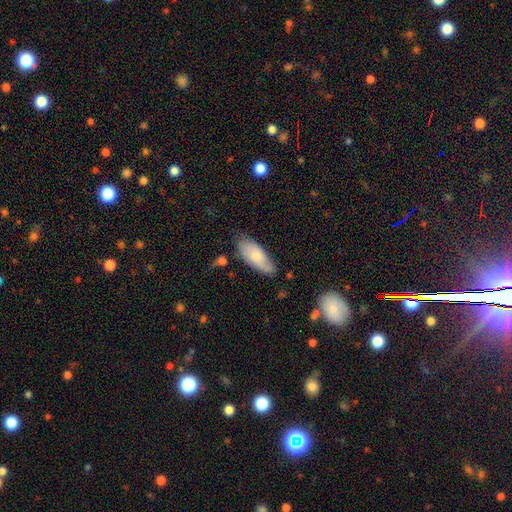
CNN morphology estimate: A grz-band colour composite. It shows a smooth galaxy with no disk features (71%) that is in between round and cigar-shaped (82%). Merging: none (69%).